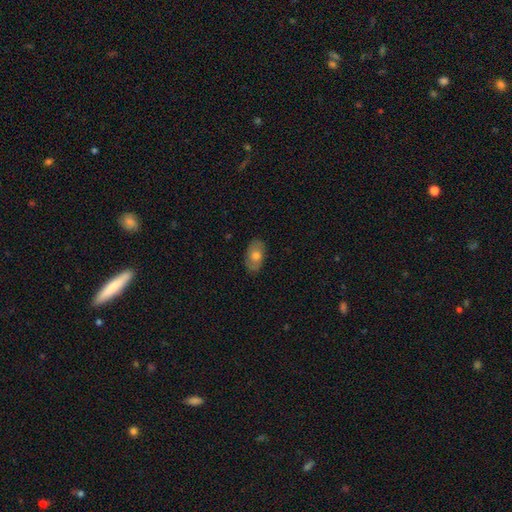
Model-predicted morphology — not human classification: type=smooth (62%); roundness=in between (91%); merging=none (82%).